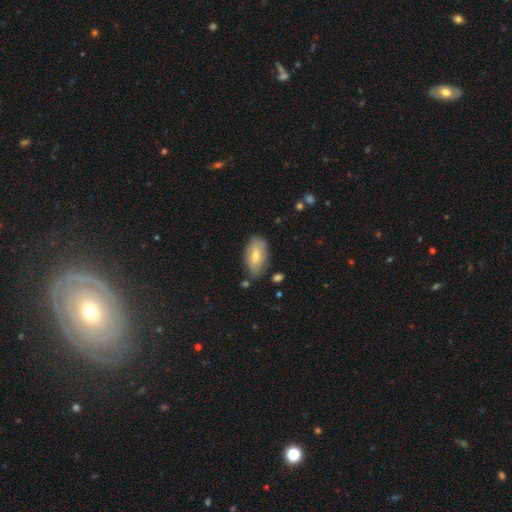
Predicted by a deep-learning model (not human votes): This is likely a smooth galaxy (61%). How rounded: clearly in between (90%). Merging: likely none (76%).